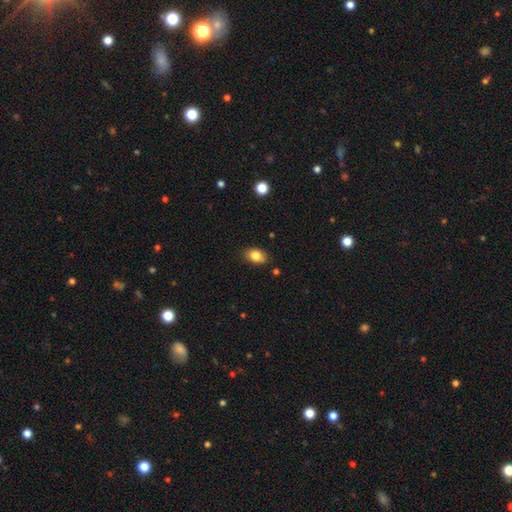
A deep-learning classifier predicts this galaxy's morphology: Smooth or featured? smooth (83%)
How rounded? in between (84%)
Merging? none (85%)